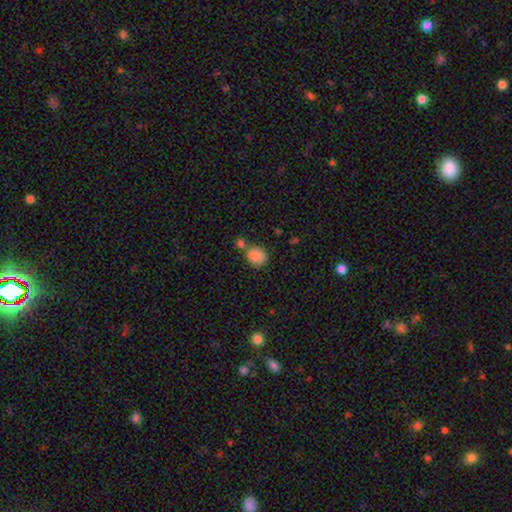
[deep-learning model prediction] The model was most divided on "merging": none: 60%, merger: 24%, minor disturbance: 12%, major disturbance: 4%. More confident: smooth or featured — smooth (86%); how rounded — round (71%).